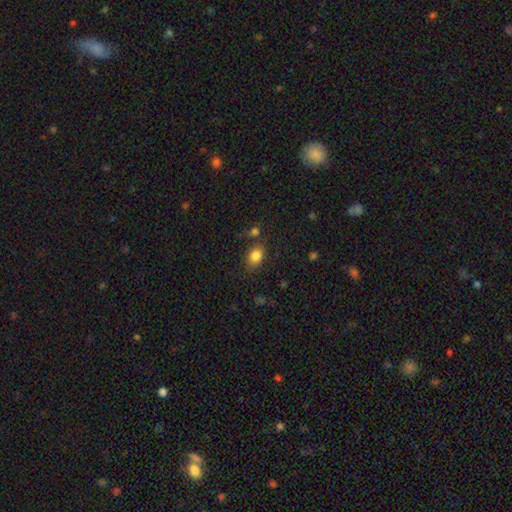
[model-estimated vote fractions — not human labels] A smooth galaxy with no disk features (83%) that is in between round and cigar-shaped (71%).

Vote fractions:
- Smooth or featured? smooth: 83% / star or artifact: 10% / featured or disk: 7%
- How rounded? in between: 71% / round: 28% / cigar-shaped: 2%
- Merging? none: 71% / minor disturbance: 16% / merger: 8% / major disturbance: 5%